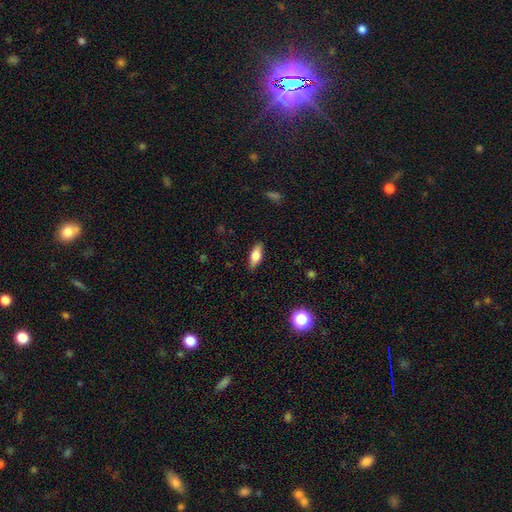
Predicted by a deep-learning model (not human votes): Overall: smooth (76%). How rounded: in between (80%). Merging: none (87%).